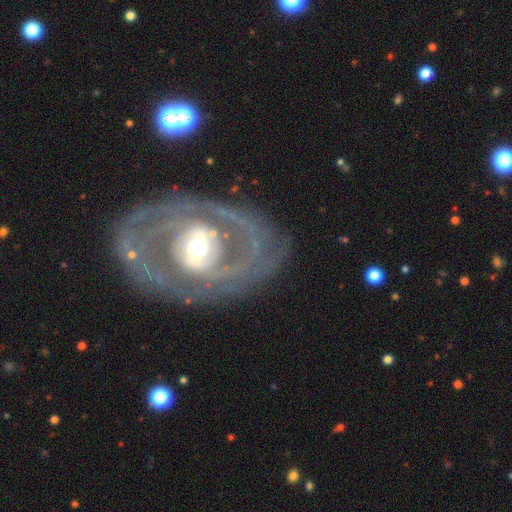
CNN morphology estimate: Smooth or featured: featured or disk — 85% (smooth — 9%)
Edge-on disk: no — 96% (yes — 4%)
Bar: no — 46% (weak — 33%)
Spiral arms: yes — 80% (no — 20%)
Spiral winding: tight — 55% (medium — 33%)
Spiral arm count: 2 — 58% (can't tell — 21%)
Bulge size: moderate — 61% (small — 23%)
Merging: none — 77% (minor disturbance — 13%)